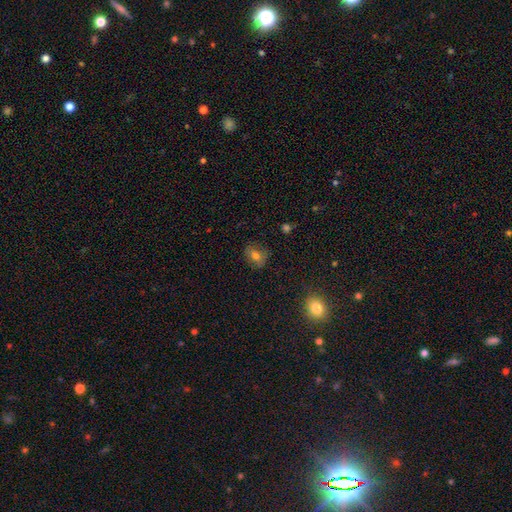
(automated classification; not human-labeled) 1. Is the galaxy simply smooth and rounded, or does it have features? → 70% smooth, 15% featured or disk, 14% star or artifact.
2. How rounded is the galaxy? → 57% in between, 41% round, 2% cigar-shaped.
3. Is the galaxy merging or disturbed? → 76% none, 17% minor disturbance, 5% major disturbance, 2% merger.